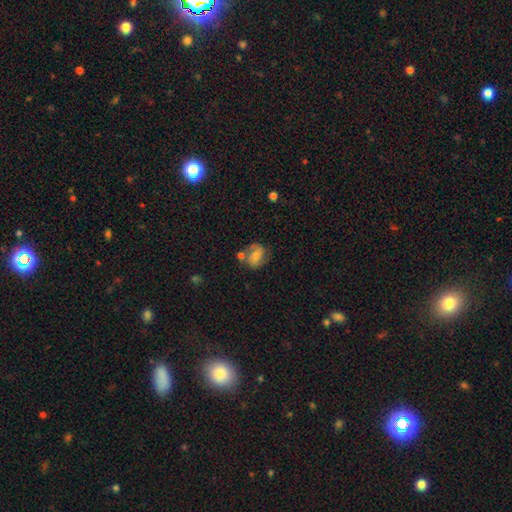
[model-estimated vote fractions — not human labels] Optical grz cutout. It shows a featured or disk galaxy (51%). Merging: none (55%).